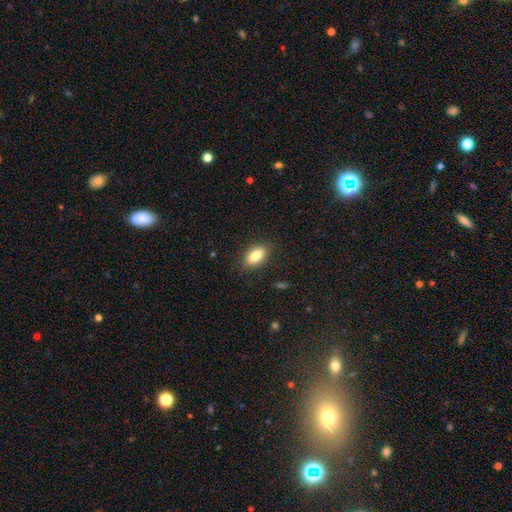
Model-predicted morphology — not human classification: This appears to be a smooth galaxy with no disk features (83%) that is in between round and cigar-shaped (90%). Merging: none (85%).